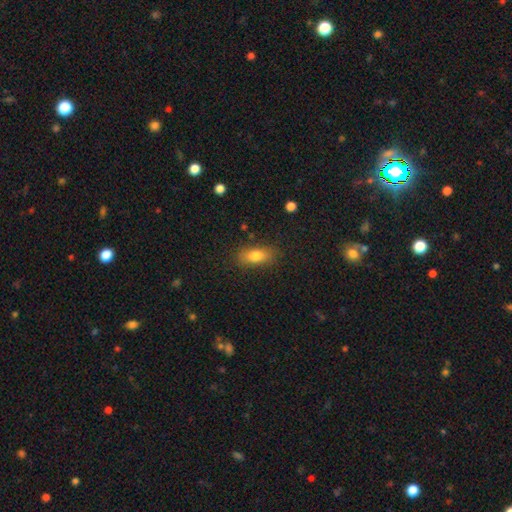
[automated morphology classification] smooth_or_featured: smooth (p=0.79) [alt: featured or disk p=0.12]
how_rounded: in between (p=0.79) [alt: cigar-shaped p=0.14]
merging: none (p=0.81) [alt: minor disturbance p=0.14]